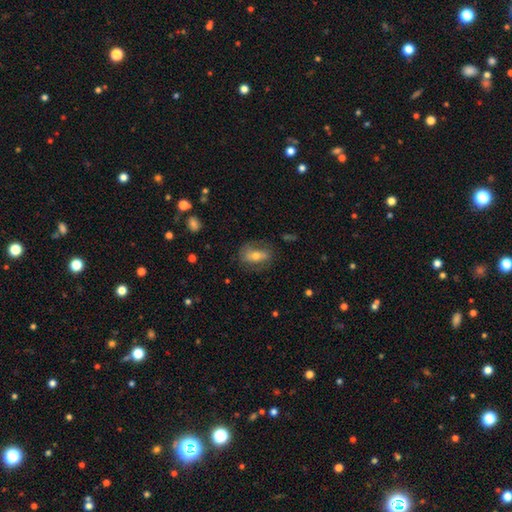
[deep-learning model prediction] The model was most divided on "smooth or featured": featured or disk: 46%, smooth: 45%, star or artifact: 9%. More confident: merging — none (69%).